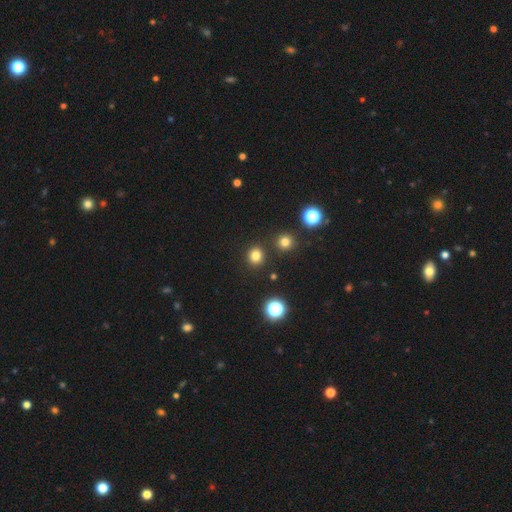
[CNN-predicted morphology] smooth_or_featured: smooth (p=0.78) [alt: star or artifact p=0.17]
how_rounded: round (p=0.87) [alt: in between p=0.12]
merging: none (p=0.88) [alt: minor disturbance p=0.06]